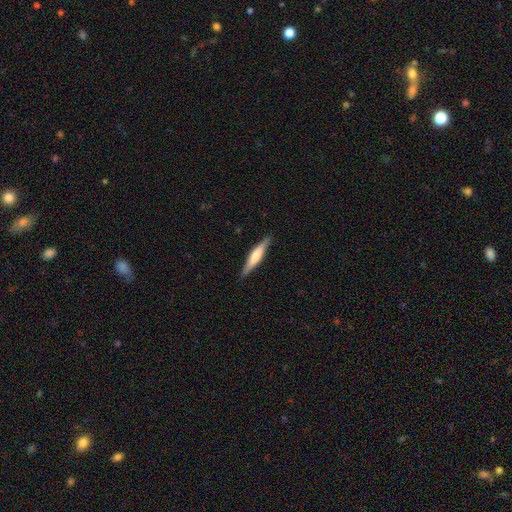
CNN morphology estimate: featured or disk 49%, smooth 46%, star or artifact 5%. Down the decision tree: merging — none (89%).